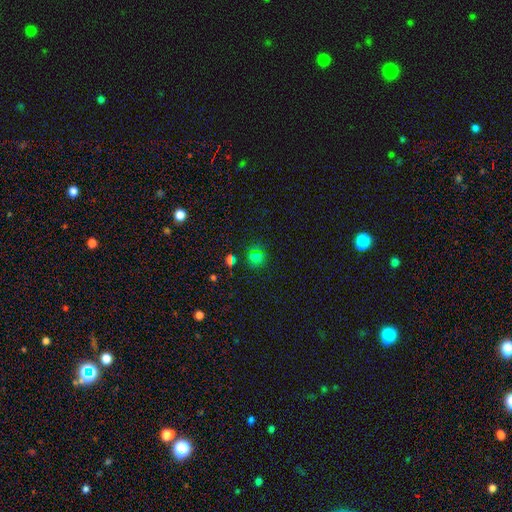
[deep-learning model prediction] A smooth galaxy with no disk features (68%) that is round (83%).

Vote fractions:
- Smooth or featured? smooth: 68% / star or artifact: 26% / featured or disk: 6%
- How rounded? round: 83% / in between: 16% / cigar-shaped: 1%
- Merging? none: 80% / minor disturbance: 12% / major disturbance: 4% / merger: 3%